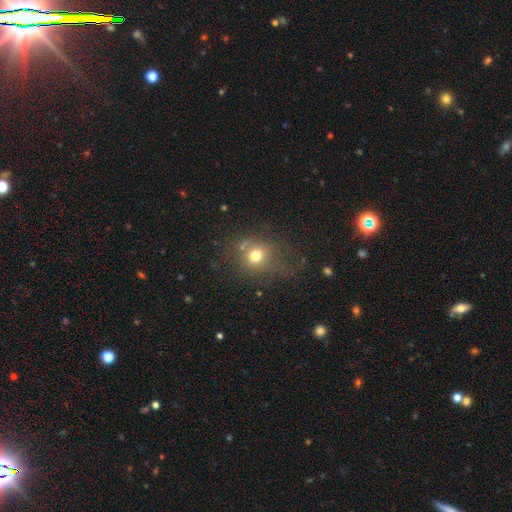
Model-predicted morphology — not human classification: The model was most divided on "merging": none: 63%, minor disturbance: 18%, major disturbance: 12%, merger: 7%. More confident: how rounded — round (79%); smooth or featured — smooth (71%).